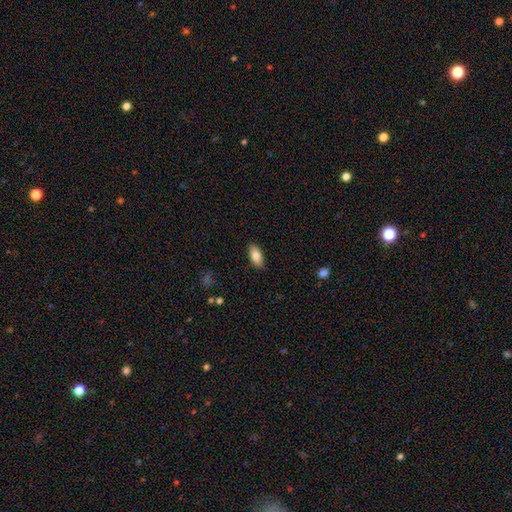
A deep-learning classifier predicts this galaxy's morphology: The model was most divided on "smooth or featured": smooth: 83%, featured or disk: 10%, star or artifact: 7%. More confident: how rounded — in between (88%); merging — none (87%).